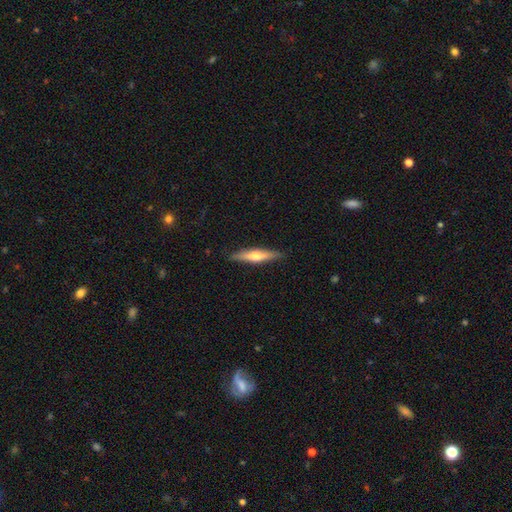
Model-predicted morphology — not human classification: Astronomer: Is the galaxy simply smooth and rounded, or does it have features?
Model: featured or disk — 53% (runner-up: smooth, 41%).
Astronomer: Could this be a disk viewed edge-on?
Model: yes — 93%.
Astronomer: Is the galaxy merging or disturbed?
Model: none — 88%.